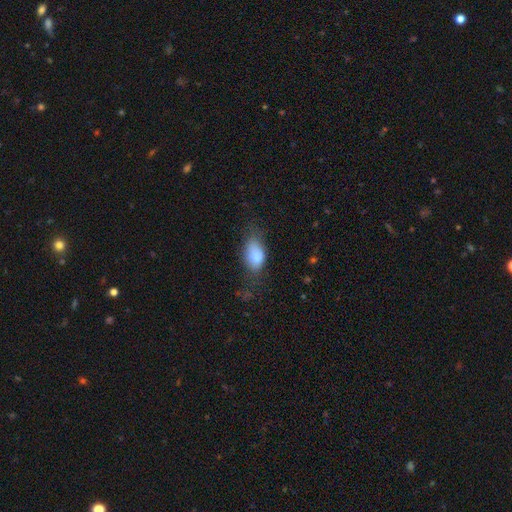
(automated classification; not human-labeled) A smooth galaxy with no disk features (82%) that is in between round and cigar-shaped (89%).

Vote fractions:
- Smooth or featured? smooth: 82% / featured or disk: 10% / star or artifact: 8%
- How rounded? in between: 89% / round: 8% / cigar-shaped: 3%
- Merging? none: 47% / minor disturbance: 33% / major disturbance: 18% / merger: 2%